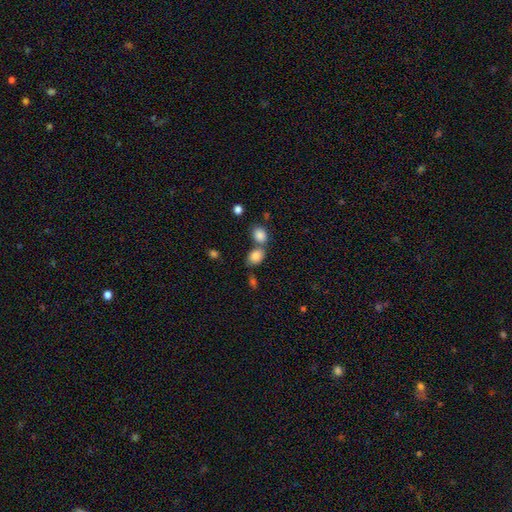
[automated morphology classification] smooth 85%, star or artifact 9%, featured or disk 6%. Down the decision tree: how rounded — in between (76%); merging — none (48%).